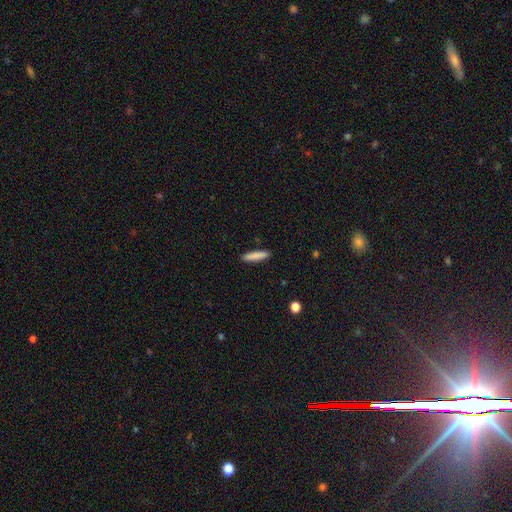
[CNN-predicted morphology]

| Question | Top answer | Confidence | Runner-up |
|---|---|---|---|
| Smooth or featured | smooth | 85% | featured or disk (8%) |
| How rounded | cigar-shaped | 88% | in between (11%) |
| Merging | none | 91% | minor disturbance (6%) |